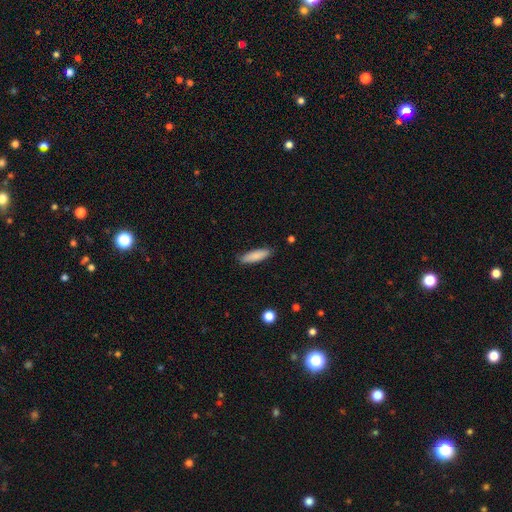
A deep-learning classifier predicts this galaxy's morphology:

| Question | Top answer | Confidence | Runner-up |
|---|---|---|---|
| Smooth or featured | smooth | 85% | featured or disk (8%) |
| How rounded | cigar-shaped | 60% | in between (39%) |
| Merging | none | 84% | minor disturbance (12%) |